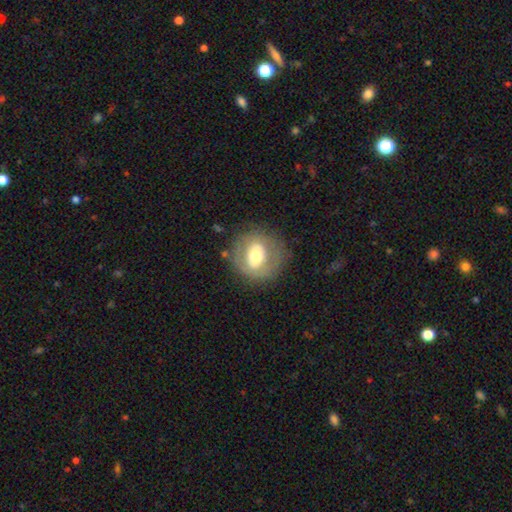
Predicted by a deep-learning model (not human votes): Smooth or featured? Predicted: smooth (p=0.48). Merging? Predicted: none (p=0.74).